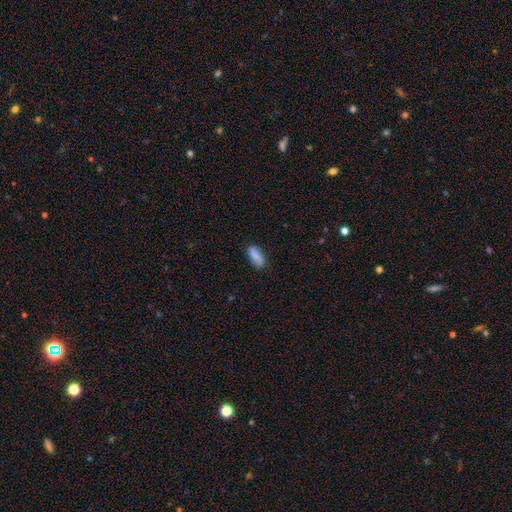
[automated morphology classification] This is likely a smooth galaxy (79%). How rounded: clearly in between (81%). Merging: likely none (79%).